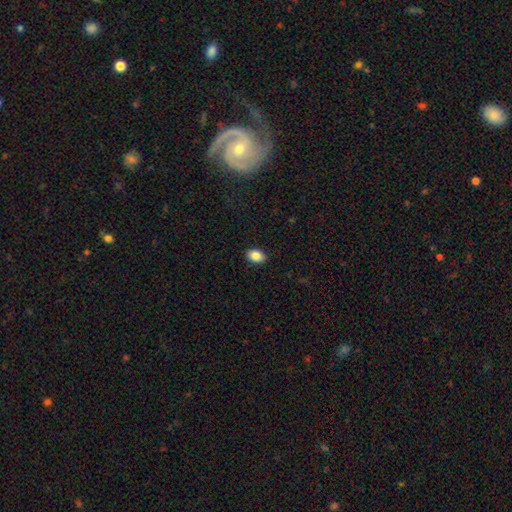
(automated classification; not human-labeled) The model was most divided on "how rounded": in between: 81%, round: 18%, cigar-shaped: 1%. More confident: merging — none (90%); smooth or featured — smooth (87%).